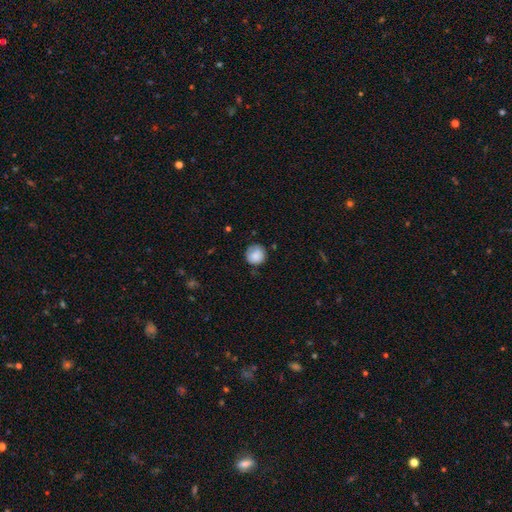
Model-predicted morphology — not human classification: Q: Smooth or featured?
A: smooth (84%); runner-up: featured or disk (8%)
Q: How rounded?
A: round (93%); runner-up: in between (6%)
Q: Merging?
A: none (77%); runner-up: minor disturbance (17%)